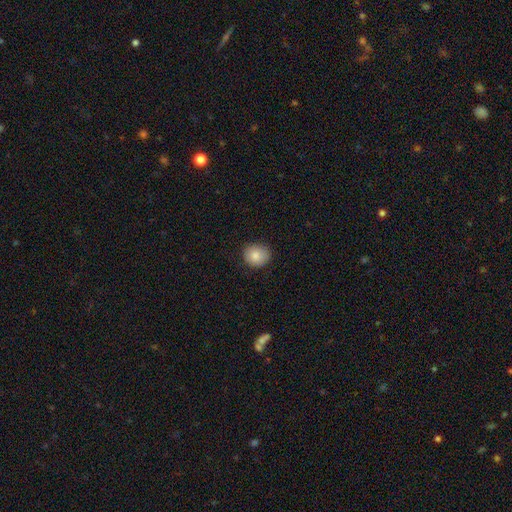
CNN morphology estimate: This is clearly a smooth galaxy (84%). How rounded: likely round (76%). Merging: clearly none (85%).